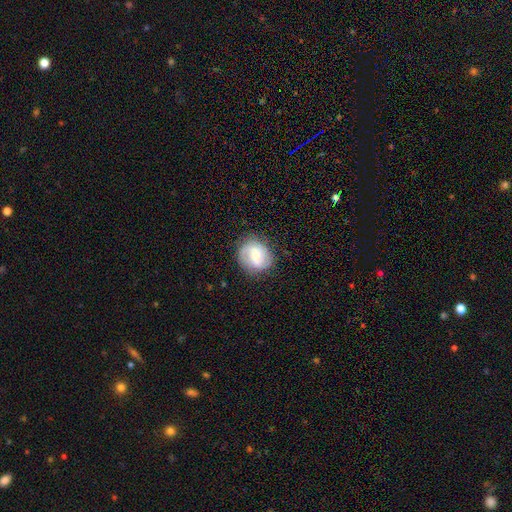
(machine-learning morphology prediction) Smooth or featured: featured or disk — 61% (smooth — 32%)
Edge-on disk: no — 97% (yes — 3%)
Bar: weak — 52% (no — 32%)
Spiral arms: yes — 88% (no — 12%)
Spiral winding: medium — 43% (tight — 31%)
Spiral arm count: 2 — 72% (can't tell — 14%)
Bulge size: small — 49% (moderate — 44%)
Merging: none — 80% (minor disturbance — 14%)